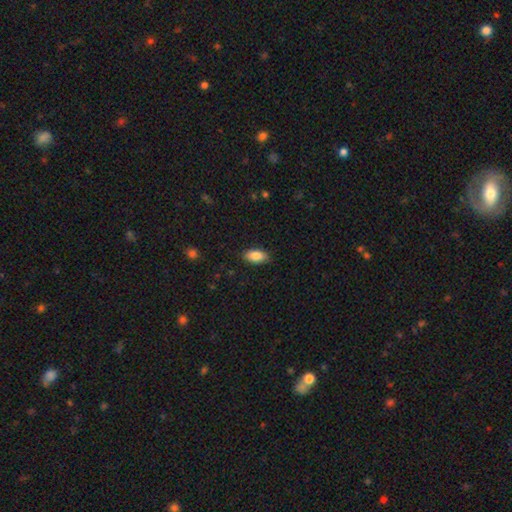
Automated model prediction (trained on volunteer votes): smooth_or_featured: smooth (p=0.87) [alt: star or artifact p=0.07]
how_rounded: in between (p=0.91) [alt: cigar-shaped p=0.06]
merging: none (p=0.86) [alt: minor disturbance p=0.10]